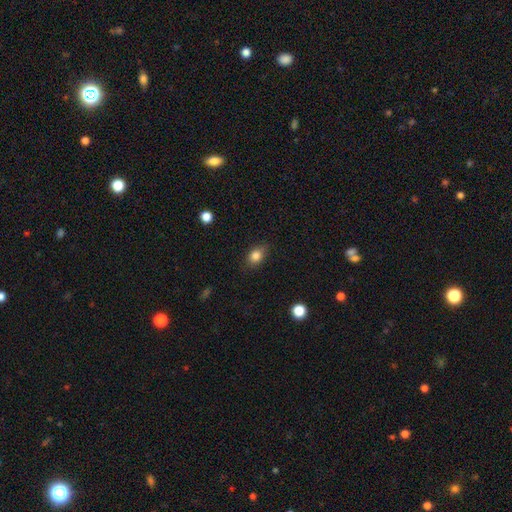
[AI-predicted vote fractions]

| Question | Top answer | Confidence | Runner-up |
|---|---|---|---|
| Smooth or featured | smooth | 83% | star or artifact (9%) |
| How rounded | in between | 74% | round (24%) |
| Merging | none | 80% | minor disturbance (16%) |